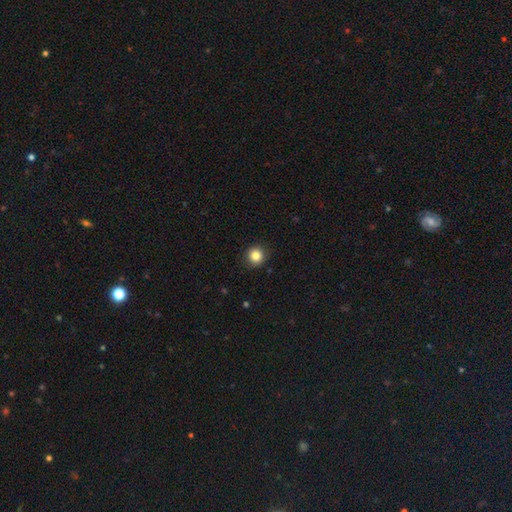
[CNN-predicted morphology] Smooth or featured?
  - smooth: 84% *
  - star or artifact: 11%
  - featured or disk: 6%
How rounded?
  - round: 92% *
  - in between: 7%
  - cigar-shaped: 1%
Merging?
  - none: 89% *
  - minor disturbance: 8%
  - major disturbance: 2%
  - merger: 1%